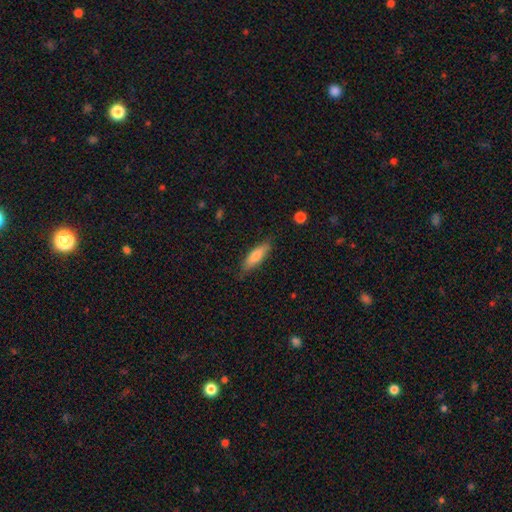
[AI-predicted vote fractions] Smooth or featured? Predicted: smooth (p=0.72). How rounded? Predicted: cigar-shaped (p=0.60). Merging? Predicted: none (p=0.82).